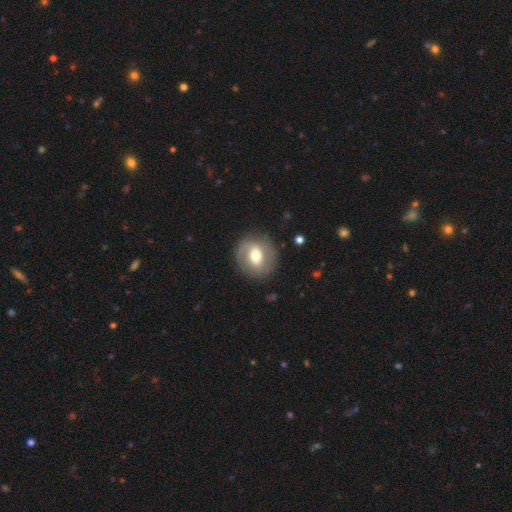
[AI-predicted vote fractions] A smooth galaxy with no disk features (47%).

Vote fractions:
- Smooth or featured? smooth: 47% / featured or disk: 46% / star or artifact: 7%
- Merging? none: 82% / minor disturbance: 11% / major disturbance: 5% / merger: 1%